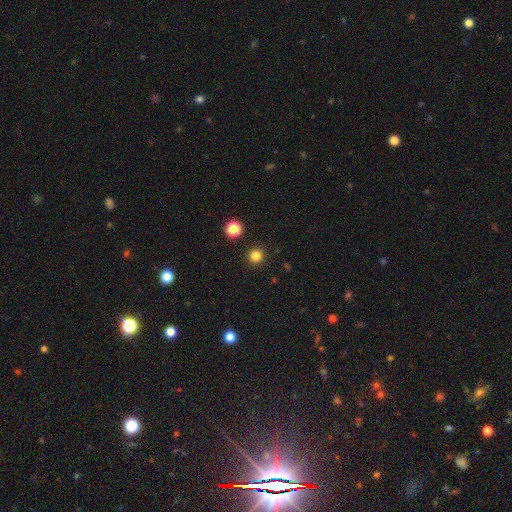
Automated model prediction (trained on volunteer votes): This appears to be a smooth galaxy with no disk features (82%) that is round (95%). Merging: none (92%).